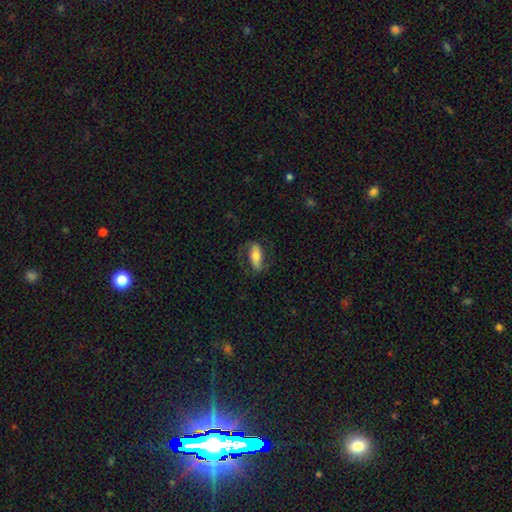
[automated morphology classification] Smooth or featured?
  - featured or disk: 51% *
  - smooth: 42%
  - star or artifact: 7%
Edge-on disk?
  - no: 84% *
  - yes: 16%
Merging?
  - none: 69% *
  - minor disturbance: 18%
  - major disturbance: 11%
  - merger: 1%